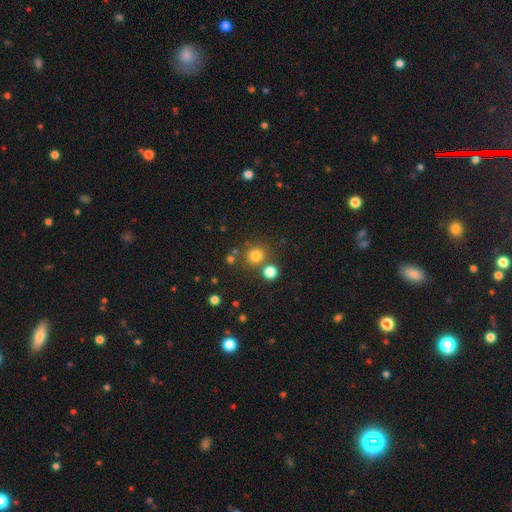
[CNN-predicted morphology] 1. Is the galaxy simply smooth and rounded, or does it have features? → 77% smooth, 16% star or artifact, 6% featured or disk.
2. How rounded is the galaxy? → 90% round, 9% in between, 1% cigar-shaped.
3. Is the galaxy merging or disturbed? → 73% none, 16% merger, 8% minor disturbance, 3% major disturbance.